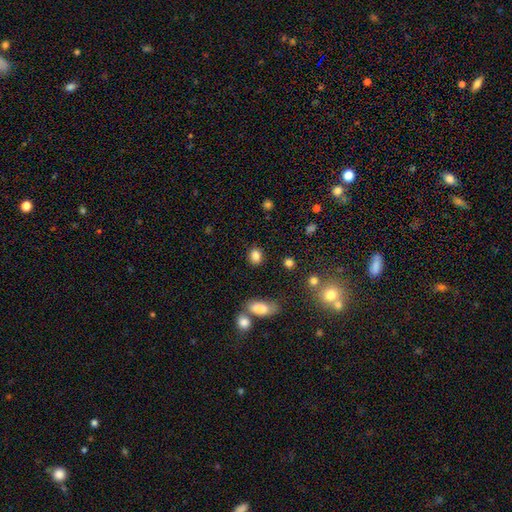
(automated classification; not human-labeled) Smooth or featured? Predicted: smooth (p=0.85). How rounded? Predicted: in between (p=0.56). Merging? Predicted: none (p=0.82).